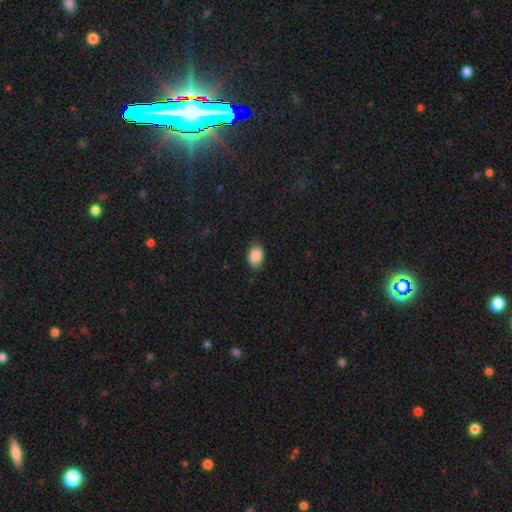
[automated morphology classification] Smooth or featured? Predicted: smooth (p=0.88). How rounded? Predicted: in between (p=0.80). Merging? Predicted: none (p=0.80).